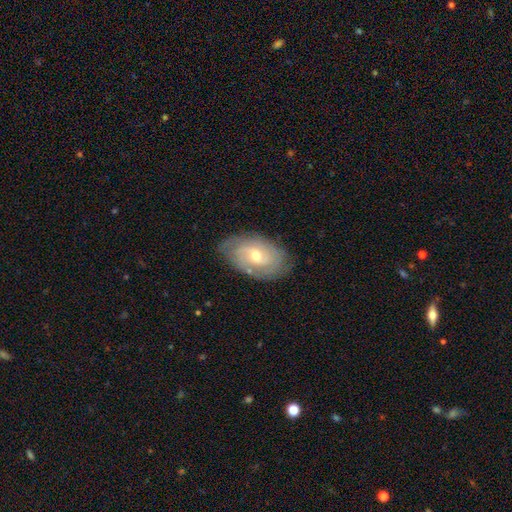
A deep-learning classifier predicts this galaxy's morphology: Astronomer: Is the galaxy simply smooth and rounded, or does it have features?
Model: featured or disk — 74%.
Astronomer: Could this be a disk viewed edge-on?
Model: no — 94%.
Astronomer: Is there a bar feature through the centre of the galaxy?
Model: no — 48% (runner-up: weak, 42%).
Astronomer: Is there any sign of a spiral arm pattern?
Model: yes — 86%.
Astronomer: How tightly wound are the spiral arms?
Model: tight — 63%.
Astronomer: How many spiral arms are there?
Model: can't tell — 40% (runner-up: 2, 37%).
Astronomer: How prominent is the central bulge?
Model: moderate — 58% (runner-up: small, 38%).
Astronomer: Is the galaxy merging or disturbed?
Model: none — 77%.